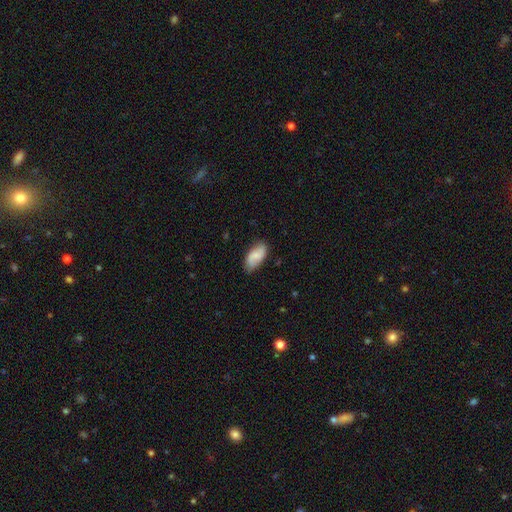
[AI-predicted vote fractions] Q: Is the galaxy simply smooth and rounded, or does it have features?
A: smooth — 58%.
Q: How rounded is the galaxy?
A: in between — 93%.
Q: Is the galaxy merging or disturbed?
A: none — 76%.